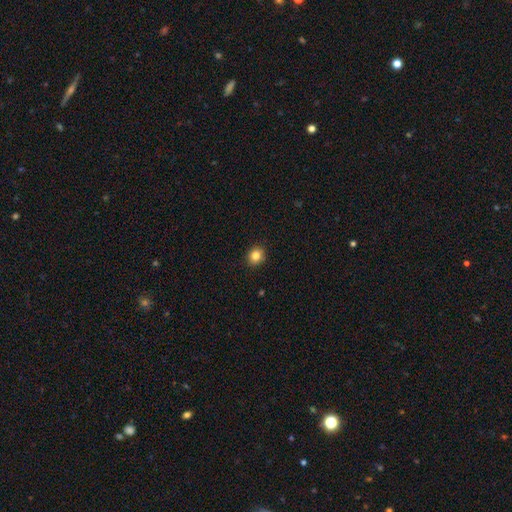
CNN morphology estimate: Smooth or featured? smooth (83%)
How rounded? round (81%)
Merging? none (90%)